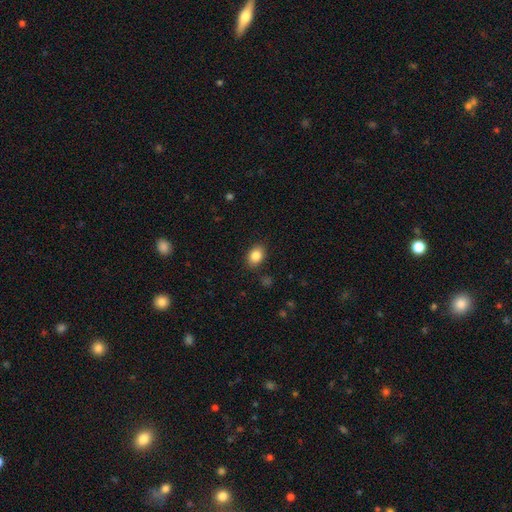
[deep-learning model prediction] Smooth or featured?
  - smooth: 85% *
  - star or artifact: 9%
  - featured or disk: 6%
How rounded?
  - in between: 70% *
  - round: 29%
  - cigar-shaped: 1%
Merging?
  - none: 85% *
  - minor disturbance: 10%
  - major disturbance: 3%
  - merger: 1%